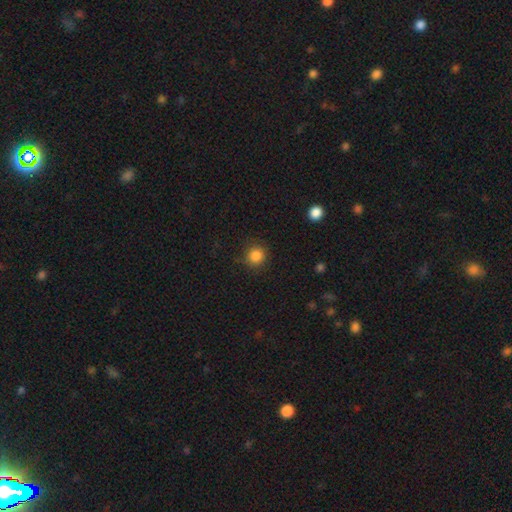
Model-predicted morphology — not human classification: smooth-or-featured: smooth: 86% | star or artifact: 11% | featured or disk: 3%
  how-rounded: round: 92% | in between: 7% | cigar-shaped: 1%
  merging: none: 86% | minor disturbance: 10% | major disturbance: 3% | merger: 1%